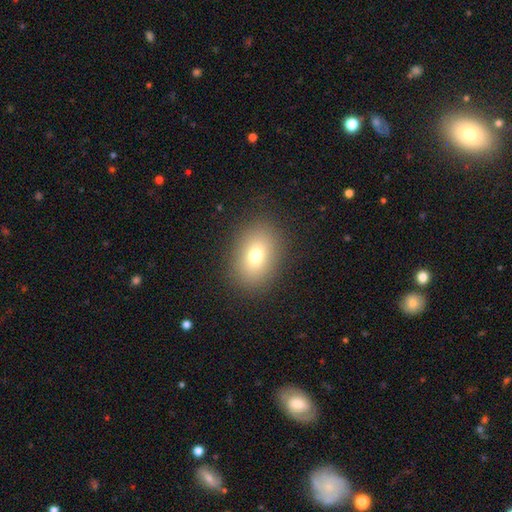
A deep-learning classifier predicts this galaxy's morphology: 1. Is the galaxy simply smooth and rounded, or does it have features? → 74% smooth, 13% featured or disk, 13% star or artifact.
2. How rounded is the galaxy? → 73% in between, 26% round, 1% cigar-shaped.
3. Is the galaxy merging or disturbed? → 87% none, 8% minor disturbance, 4% major disturbance, 1% merger.